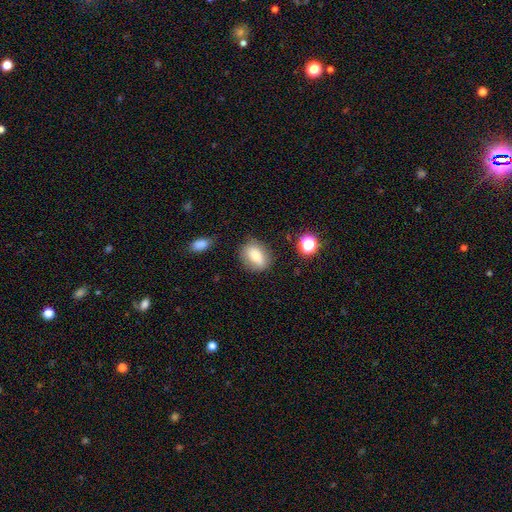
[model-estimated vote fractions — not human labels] This is likely a smooth galaxy (71%). How rounded: likely in between (63%). Merging: likely none (75%).